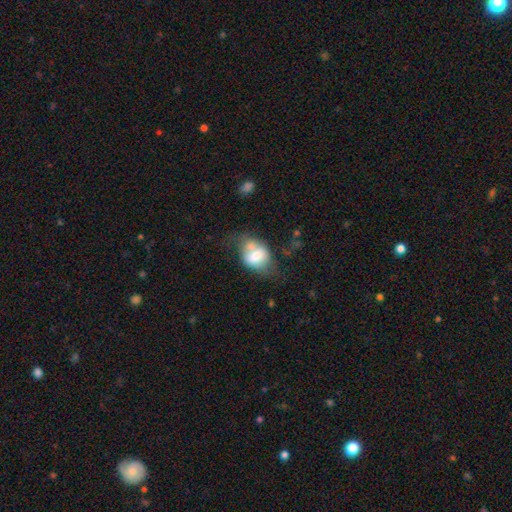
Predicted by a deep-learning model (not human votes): The model was most divided on "merging": none: 32%, merger: 28%, minor disturbance: 23%, major disturbance: 17%. More confident: how rounded — in between (63%); smooth or featured — smooth (59%).